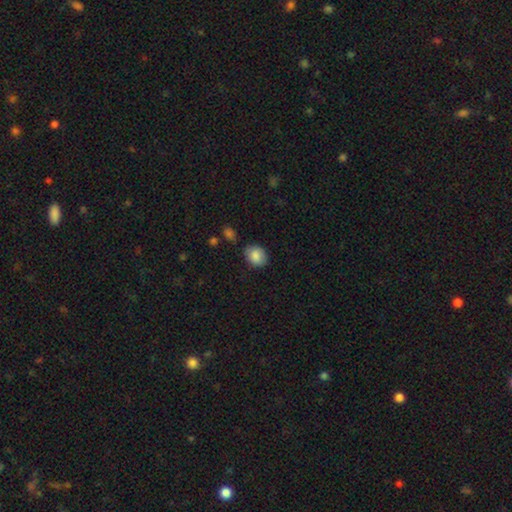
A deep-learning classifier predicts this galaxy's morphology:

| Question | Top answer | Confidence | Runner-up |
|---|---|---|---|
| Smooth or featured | smooth | 87% | star or artifact (8%) |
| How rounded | in between | 52% | round (47%) |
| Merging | none | 75% | minor disturbance (18%) |